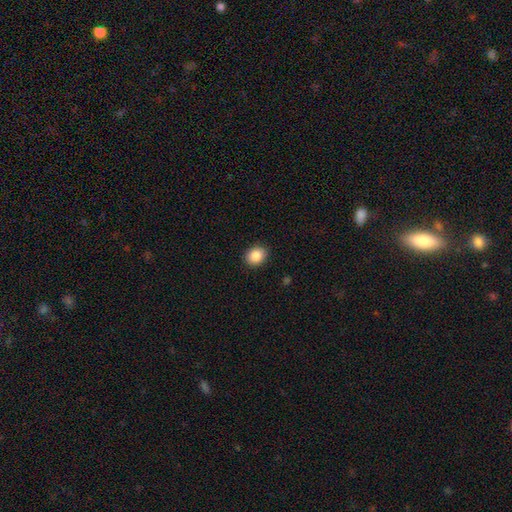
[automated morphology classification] Overall: smooth (88%). How rounded: round (55%; in between 44%). Merging: none (90%).